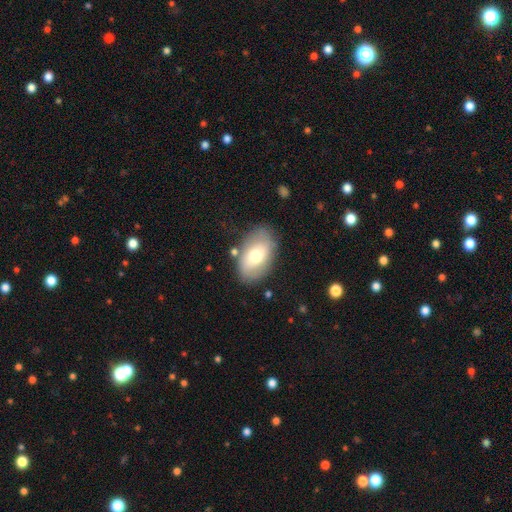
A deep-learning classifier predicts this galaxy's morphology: The model was most divided on "smooth or featured": smooth: 61%, featured or disk: 31%, star or artifact: 7%. More confident: how rounded — in between (90%); merging — none (77%).